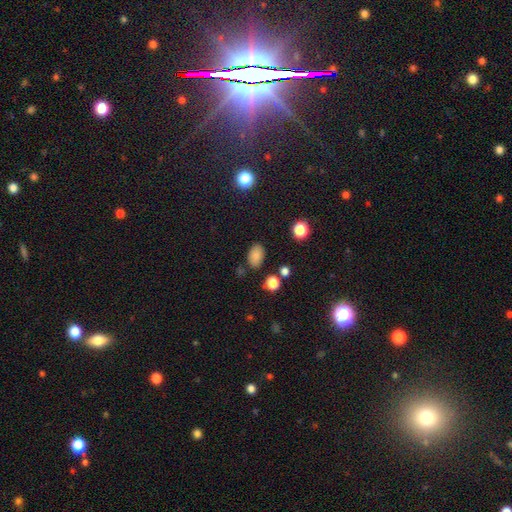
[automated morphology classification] A smooth galaxy with no disk features (82%) that is in between round and cigar-shaped (87%). Merging: none (80%).